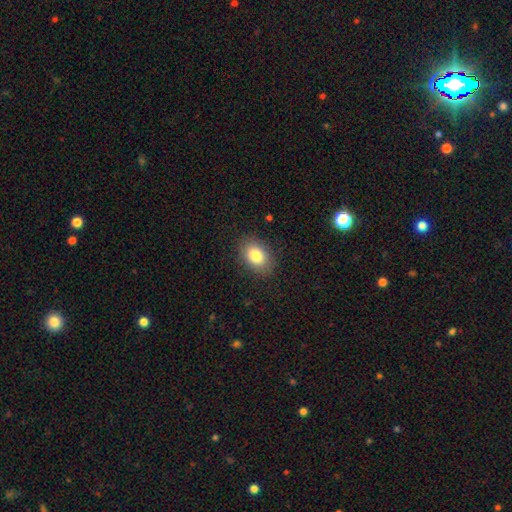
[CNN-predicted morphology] Smooth or featured: smooth — 82% (featured or disk — 9%)
How rounded: in between — 81% (round — 18%)
Merging: none — 86% (minor disturbance — 10%)